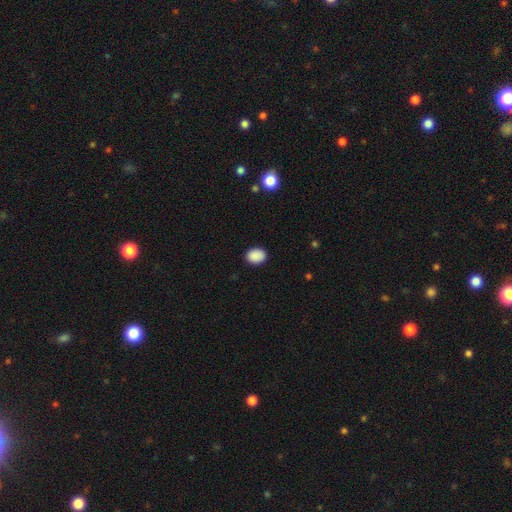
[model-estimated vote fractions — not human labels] smooth_or_featured: smooth (p=0.90) [alt: star or artifact p=0.08]
how_rounded: in between (p=0.65) [alt: round p=0.34]
merging: none (p=0.89) [alt: minor disturbance p=0.08]